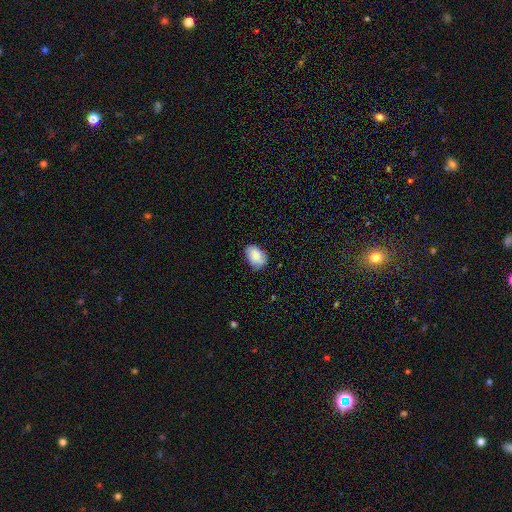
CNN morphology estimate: This appears to be a smooth galaxy with no disk features (84%) that is in between round and cigar-shaped (81%). Merging: none (63%).